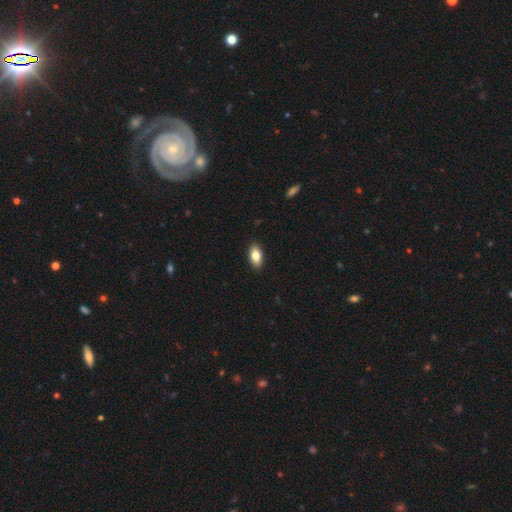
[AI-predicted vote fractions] Smooth or featured: smooth — 83% (featured or disk — 10%)
How rounded: in between — 91% (cigar-shaped — 5%)
Merging: none — 89% (minor disturbance — 8%)